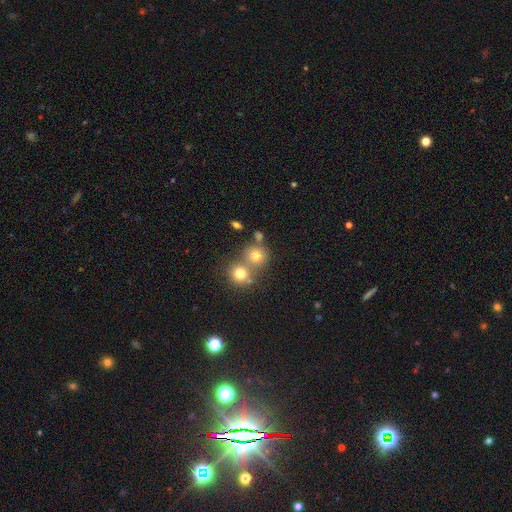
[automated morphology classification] Overall: smooth (74%). How rounded: round (86%). Merging: none (51%; merger 38%).